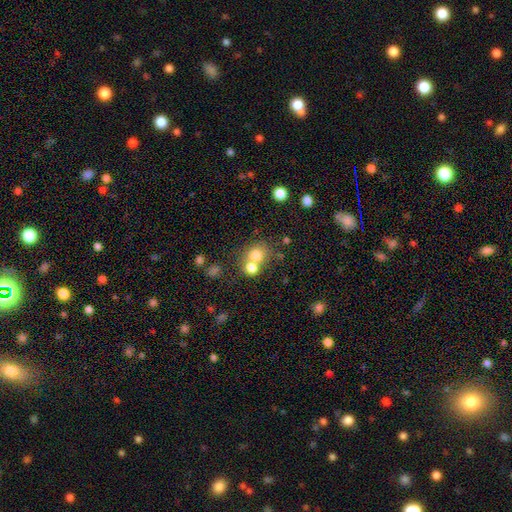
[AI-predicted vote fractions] A smooth galaxy with no disk features (75%) that is round (79%).

Vote fractions:
- Smooth or featured? smooth: 75% / star or artifact: 13% / featured or disk: 12%
- How rounded? round: 79% / in between: 20% / cigar-shaped: 1%
- Merging? none: 45% / merger: 44% / minor disturbance: 7% / major disturbance: 4%